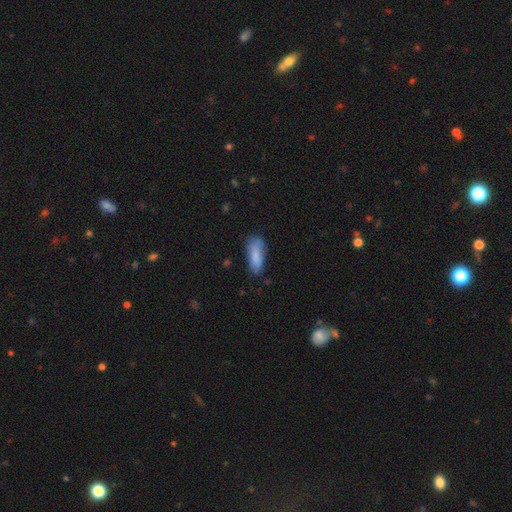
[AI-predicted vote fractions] The model was most divided on "how rounded": in between: 69%, cigar-shaped: 29%, round: 2%. More confident: smooth or featured — smooth (84%); merging — none (66%).